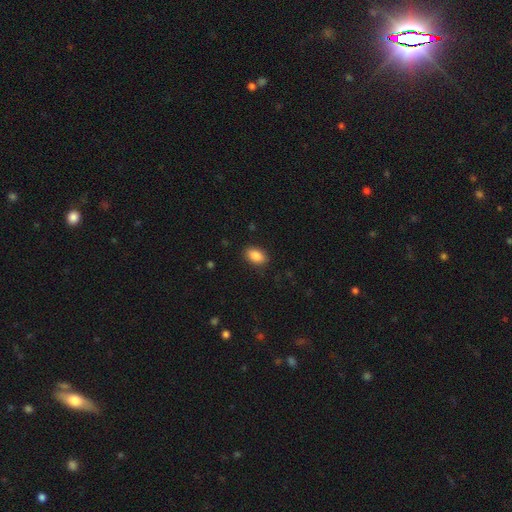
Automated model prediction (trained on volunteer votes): This is clearly a smooth galaxy (88%). How rounded: clearly in between (90%). Merging: clearly none (88%).